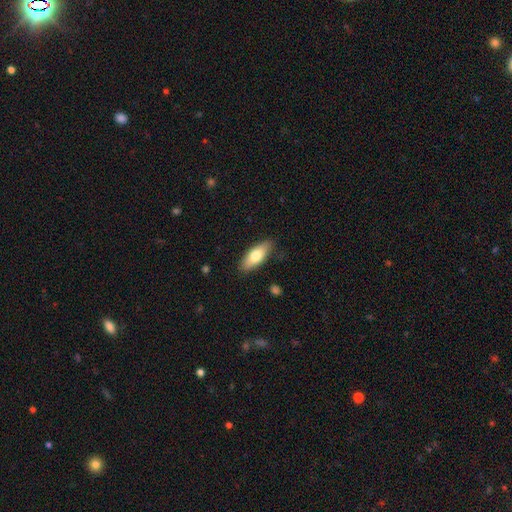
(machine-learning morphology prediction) type=smooth (70%); roundness=in between (72%); merging=none (86%).